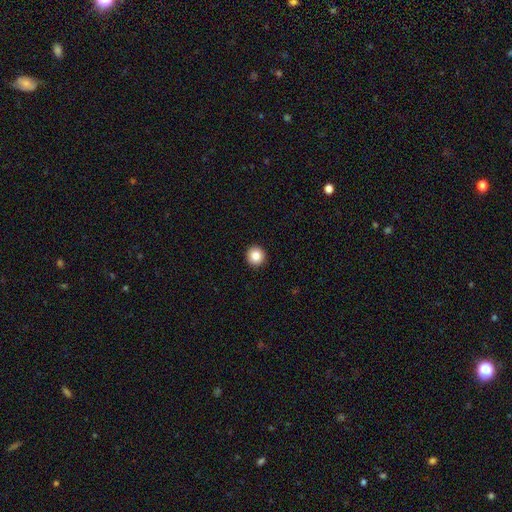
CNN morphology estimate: A smooth galaxy with no disk features (84%) that is round (96%). Merging: none (94%).